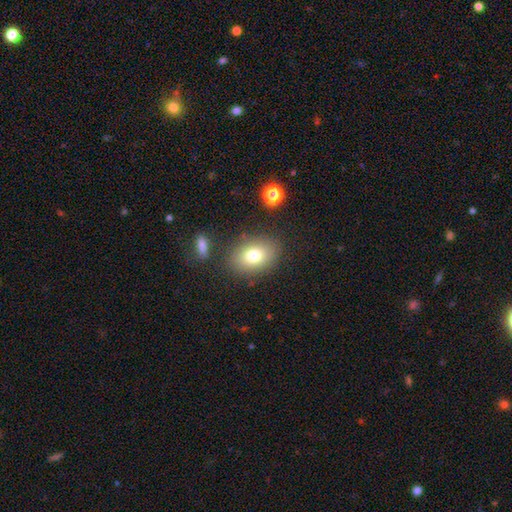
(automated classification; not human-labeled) A smooth galaxy with no disk features (75%) that is in between round and cigar-shaped (74%).

Vote fractions:
- Smooth or featured? smooth: 75% / star or artifact: 13% / featured or disk: 12%
- How rounded? in between: 74% / round: 25% / cigar-shaped: 1%
- Merging? none: 82% / minor disturbance: 10% / merger: 5% / major disturbance: 3%